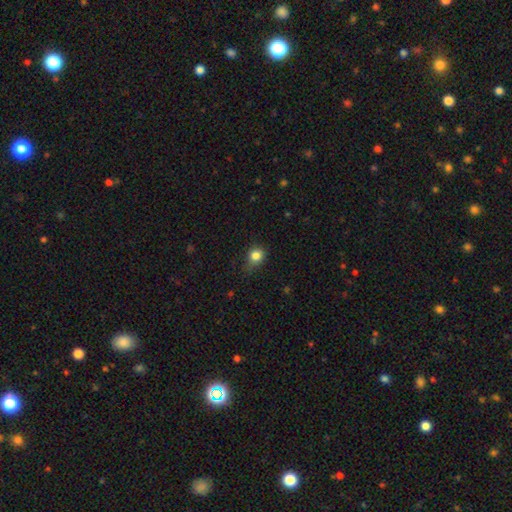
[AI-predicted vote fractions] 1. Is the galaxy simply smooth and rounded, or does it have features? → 82% smooth, 12% star or artifact, 6% featured or disk.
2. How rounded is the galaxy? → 71% round, 28% in between, 1% cigar-shaped.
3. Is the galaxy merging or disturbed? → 62% none, 30% minor disturbance, 7% major disturbance, 1% merger.